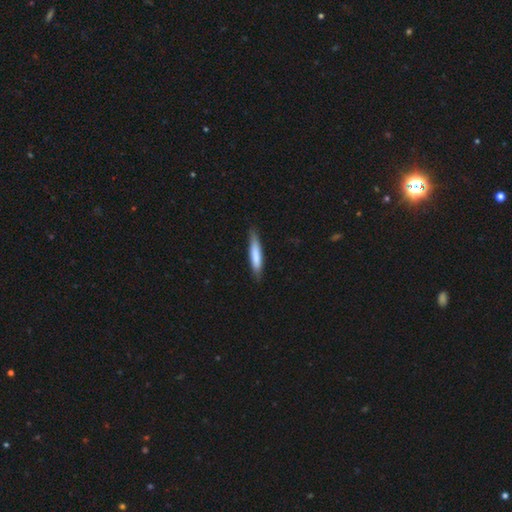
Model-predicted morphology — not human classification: type=smooth (77%); roundness=cigar-shaped (88%); merging=none (82%).